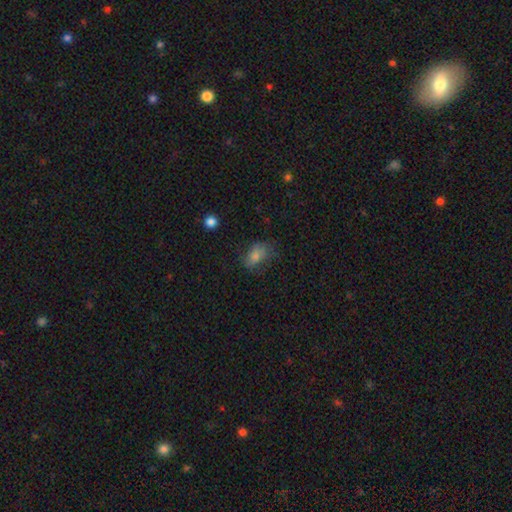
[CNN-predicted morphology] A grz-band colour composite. It shows a smooth galaxy with no disk features (71%) that is in between round and cigar-shaped (83%). Merging: none (57%).